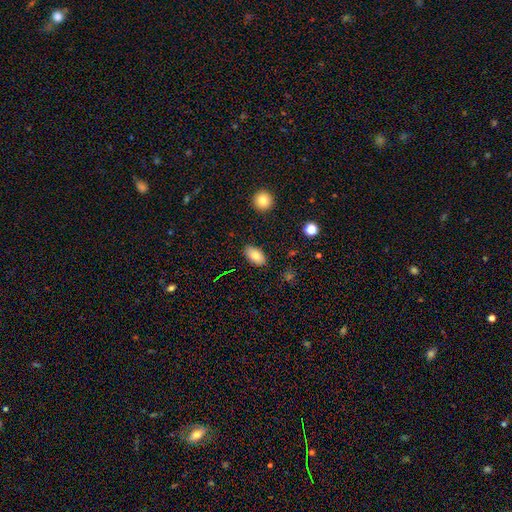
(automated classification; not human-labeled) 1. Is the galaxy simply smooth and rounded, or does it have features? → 79% smooth, 13% featured or disk, 8% star or artifact.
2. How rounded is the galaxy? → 91% in between, 6% round, 3% cigar-shaped.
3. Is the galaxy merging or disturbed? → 87% none, 9% minor disturbance, 2% major disturbance, 2% merger.